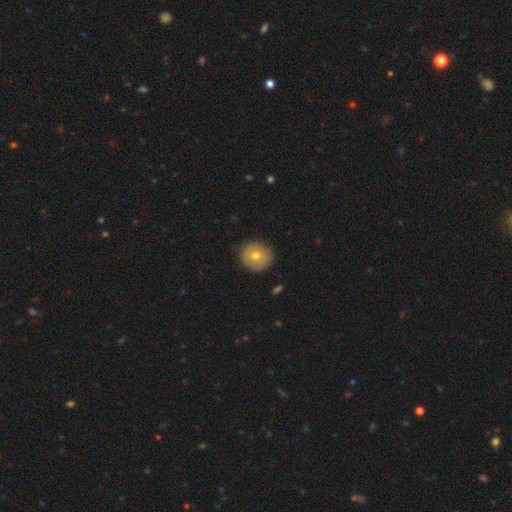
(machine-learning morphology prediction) This appears to be a smooth galaxy with no disk features (62%) that is round (89%). Merging: none (88%).